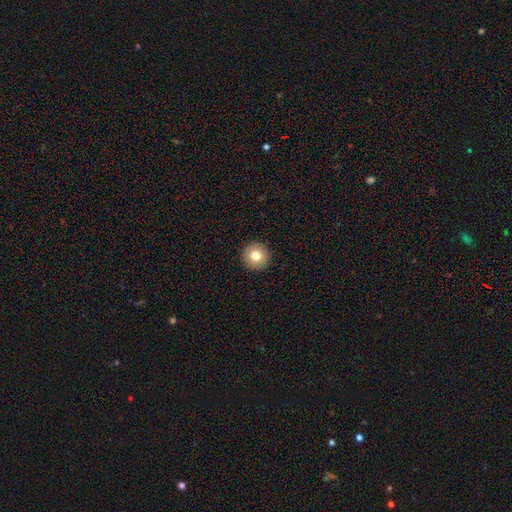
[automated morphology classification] A smooth galaxy with no disk features (78%) that is round (96%). Merging: none (93%).